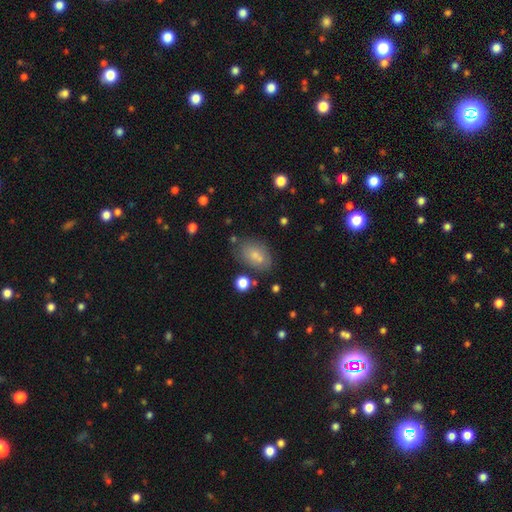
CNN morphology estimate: Q: Smooth or featured?
A: smooth (72%); runner-up: featured or disk (18%)
Q: How rounded?
A: in between (85%); runner-up: round (13%)
Q: Merging?
A: none (59%); runner-up: minor disturbance (20%)